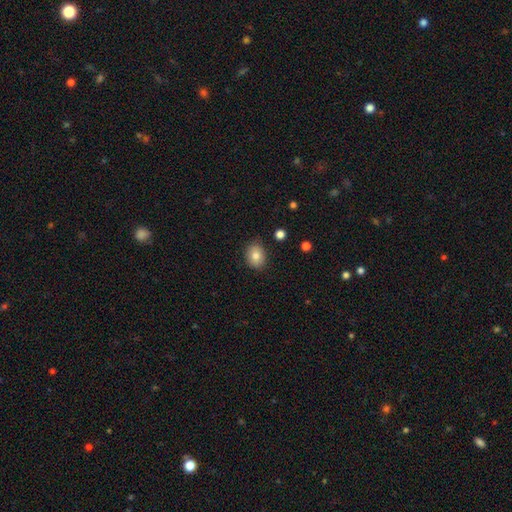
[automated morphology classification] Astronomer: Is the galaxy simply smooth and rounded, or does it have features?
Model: smooth — 81%.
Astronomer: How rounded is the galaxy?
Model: in between — 54% (runner-up: round, 45%).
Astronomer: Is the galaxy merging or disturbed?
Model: none — 84%.